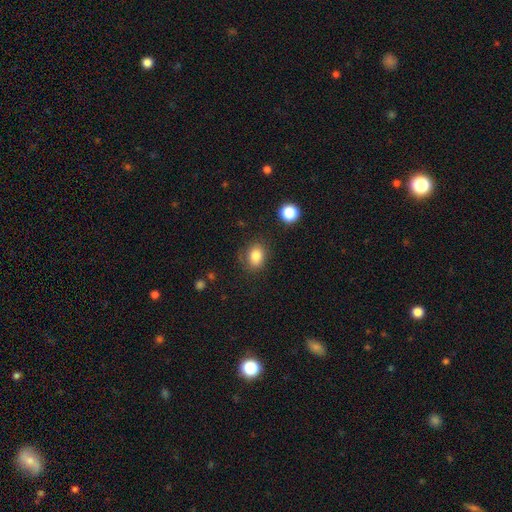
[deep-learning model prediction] smooth_or_featured: smooth (p=0.82) [alt: star or artifact p=0.11]
how_rounded: in between (p=0.50) [alt: round p=0.49]
merging: none (p=0.74) [alt: minor disturbance p=0.18]